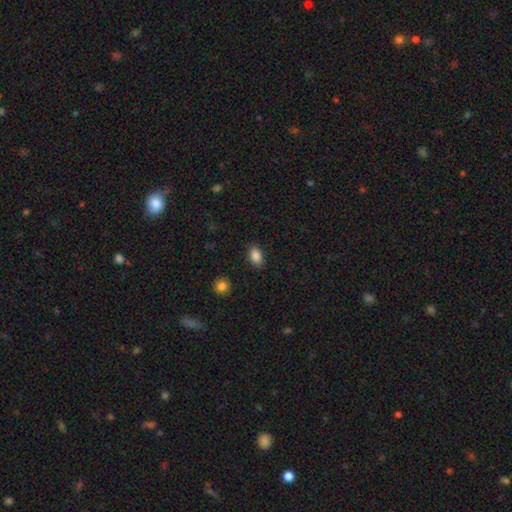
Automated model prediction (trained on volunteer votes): The model was most divided on "merging": none: 87%, minor disturbance: 9%, major disturbance: 2%, merger: 1%. More confident: how rounded — in between (89%); smooth or featured — smooth (88%).